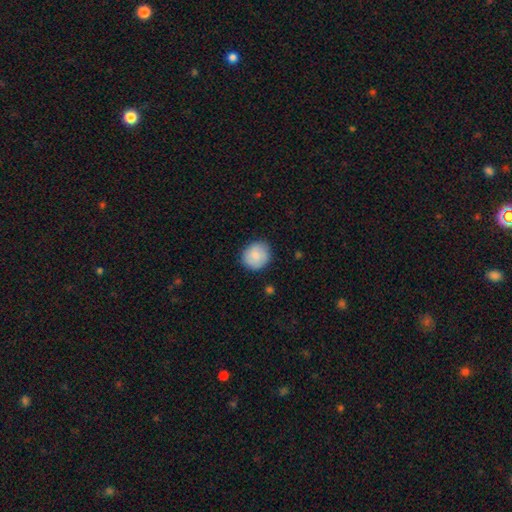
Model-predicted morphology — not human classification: type=smooth (84%); roundness=round (82%); merging=none (84%).